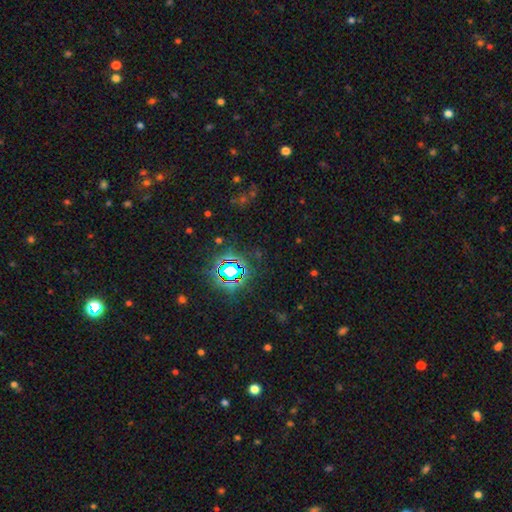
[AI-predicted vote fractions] Smooth or featured? star or artifact (78%)